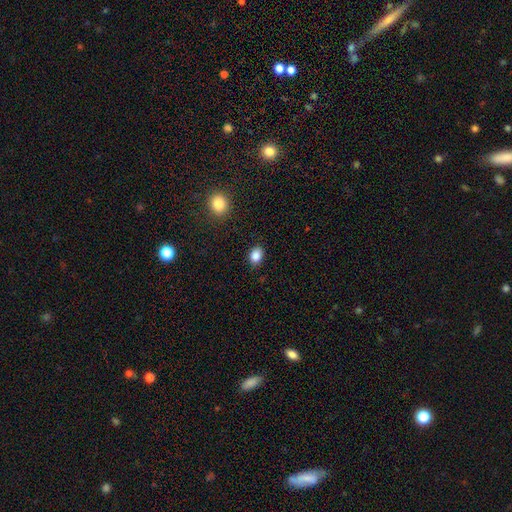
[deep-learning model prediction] The model was most divided on "how rounded": in between: 71%, round: 28%, cigar-shaped: 1%. More confident: smooth or featured — smooth (87%); merging — none (87%).